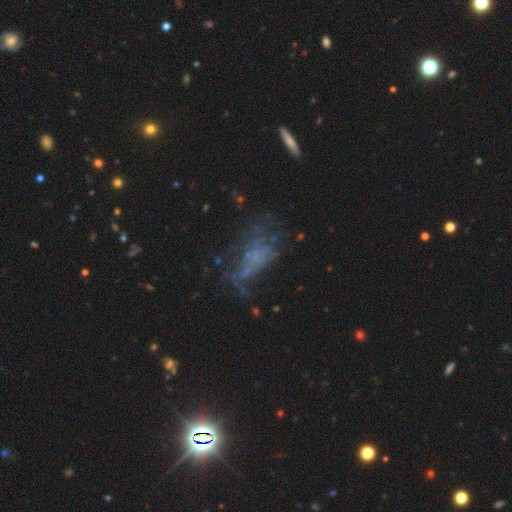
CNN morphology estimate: Smooth or featured? Predicted: featured or disk (p=0.47). Merging? Predicted: major disturbance (p=0.38).